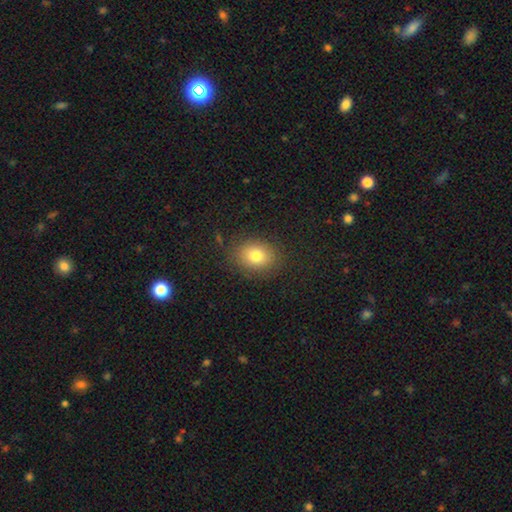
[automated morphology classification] The model was most divided on "how rounded": round: 51%, in between: 48%, cigar-shaped: 1%. More confident: merging — none (85%); smooth or featured — smooth (79%).